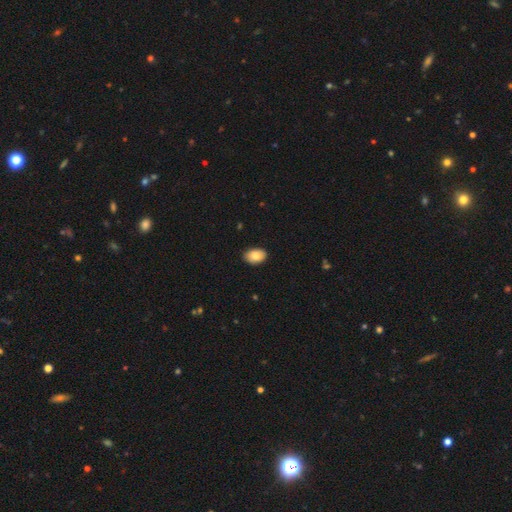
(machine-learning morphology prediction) A smooth galaxy with no disk features (84%) that is in between round and cigar-shaped (87%).

Vote fractions:
- Smooth or featured? smooth: 84% / featured or disk: 8% / star or artifact: 7%
- How rounded? in between: 87% / round: 12% / cigar-shaped: 1%
- Merging? none: 89% / minor disturbance: 9% / major disturbance: 2% / merger: 1%